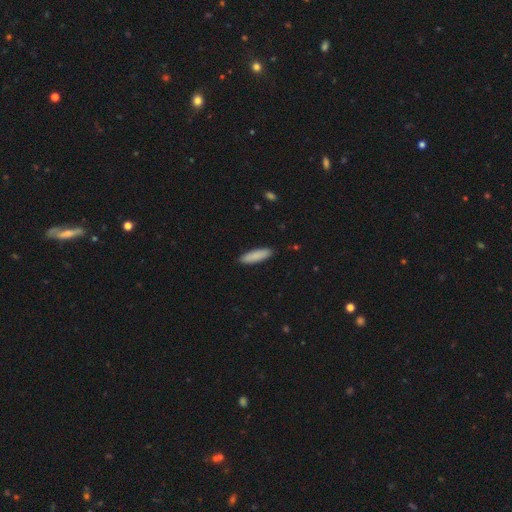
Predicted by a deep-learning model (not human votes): A smooth galaxy with no disk features (88%) that is cigar-shaped (63%).

Vote fractions:
- Smooth or featured? smooth: 88% / featured or disk: 7% / star or artifact: 6%
- How rounded? cigar-shaped: 63% / in between: 35% / round: 1%
- Merging? none: 90% / minor disturbance: 8% / major disturbance: 1% / merger: 1%